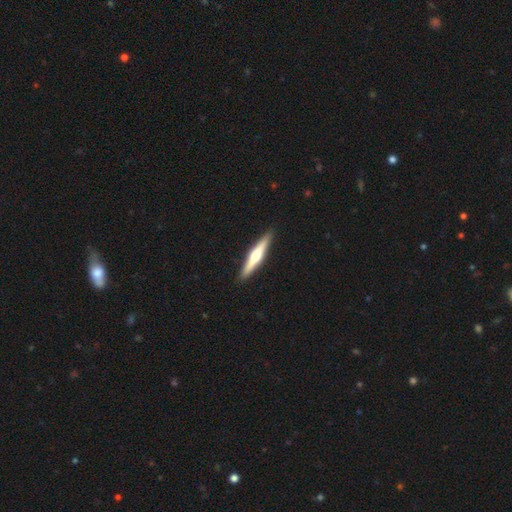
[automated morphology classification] Smooth or featured?
  - featured or disk: 59% *
  - smooth: 36%
  - star or artifact: 5%
Edge-on disk?
  - yes: 97% *
  - no: 3%
Edge-on bulge?
  - rounded: 89% *
  - none: 6%
  - boxy: 5%
Merging?
  - none: 92% *
  - minor disturbance: 6%
  - major disturbance: 1%
  - merger: 1%